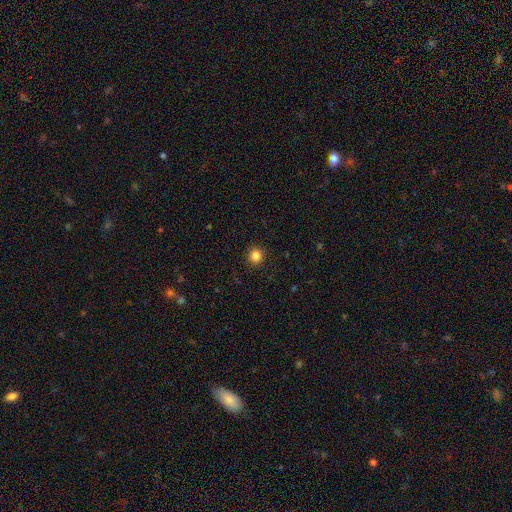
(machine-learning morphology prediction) Smooth or featured? Predicted: smooth (p=0.85). How rounded? Predicted: round (p=0.93). Merging? Predicted: none (p=0.92).